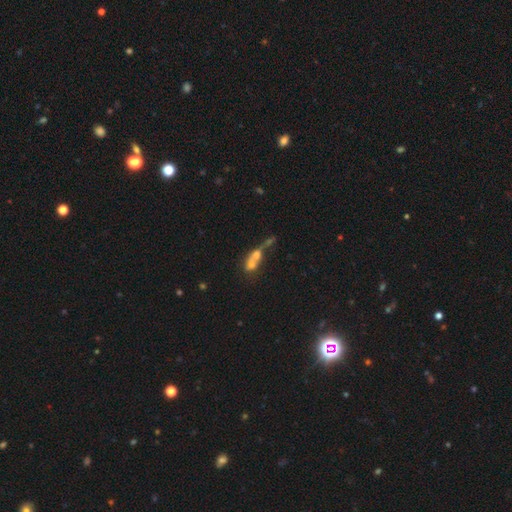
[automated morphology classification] smooth-or-featured: smooth: 52% | featured or disk: 33% | star or artifact: 15%
  how-rounded: in between: 50% | round: 31% | cigar-shaped: 19%
  merging: merger: 66% | none: 17% | major disturbance: 10% | minor disturbance: 7%